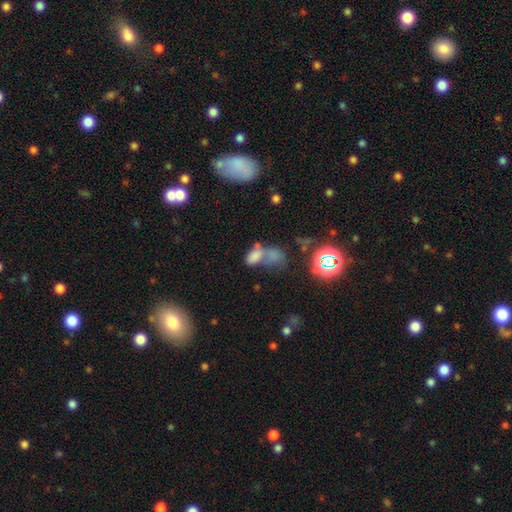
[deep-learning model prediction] Morphology: type=smooth (71%); roundness=in between (88%); merging=merger (59%).